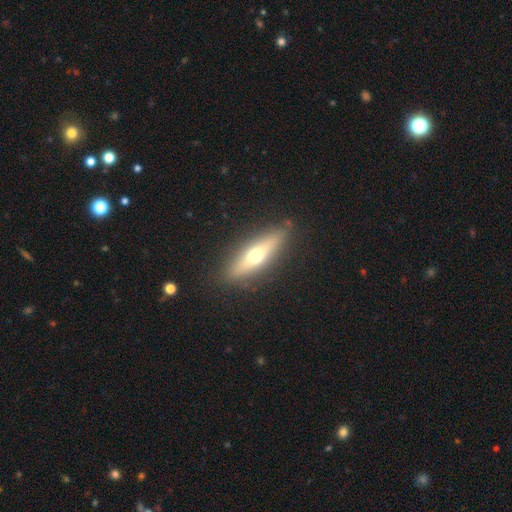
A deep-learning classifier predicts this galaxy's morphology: Smooth or featured? Predicted: featured or disk (p=0.48). Merging? Predicted: none (p=0.87).